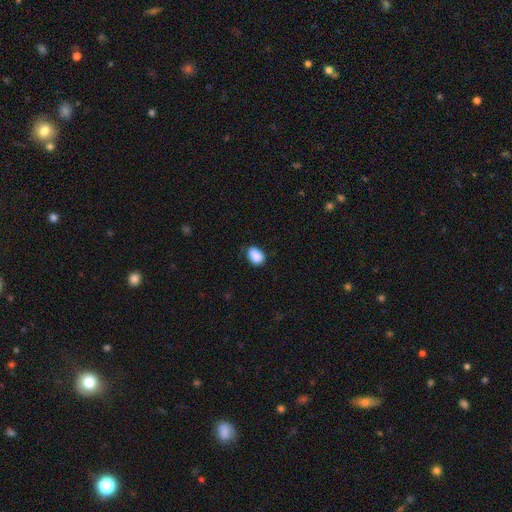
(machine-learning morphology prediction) smooth_or_featured: smooth (p=0.89) [alt: star or artifact p=0.08]
how_rounded: in between (p=0.77) [alt: round p=0.22]
merging: none (p=0.73) [alt: minor disturbance p=0.22]